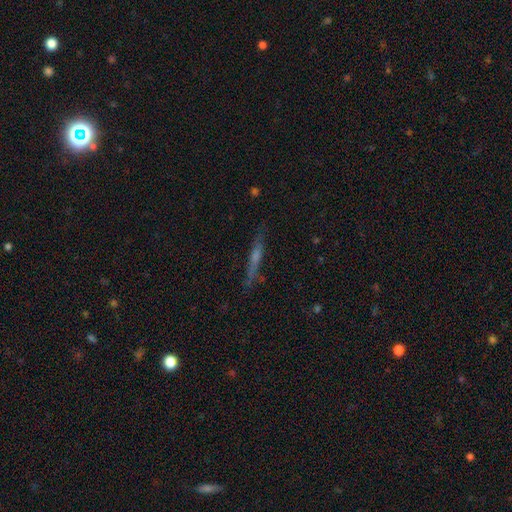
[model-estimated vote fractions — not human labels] smooth-or-featured: featured or disk: 55% | smooth: 35% | star or artifact: 10%
  disk-edge-on: yes: 93% | no: 7%
    edge-on-bulge: none: 46% | rounded: 42% | boxy: 11%
  merging: none: 82% | minor disturbance: 13% | major disturbance: 3% | merger: 2%